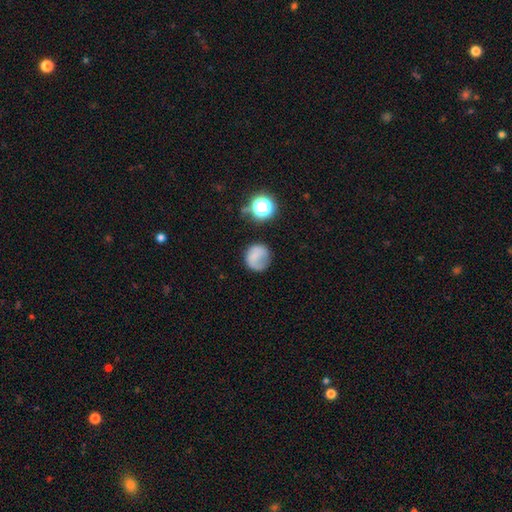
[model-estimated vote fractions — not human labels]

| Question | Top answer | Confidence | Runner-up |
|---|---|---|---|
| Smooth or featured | smooth | 69% | featured or disk (18%) |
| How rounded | round | 86% | in between (13%) |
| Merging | none | 61% | minor disturbance (23%) |